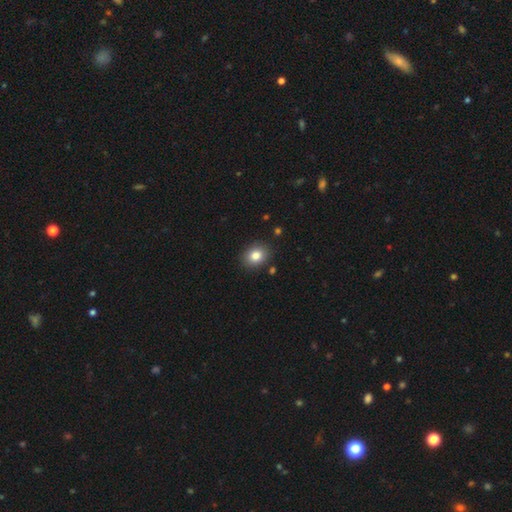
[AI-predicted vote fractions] Q: Smooth or featured?
A: smooth (83%); runner-up: star or artifact (9%)
Q: How rounded?
A: round (51%); runner-up: in between (48%)
Q: Merging?
A: none (87%); runner-up: minor disturbance (9%)